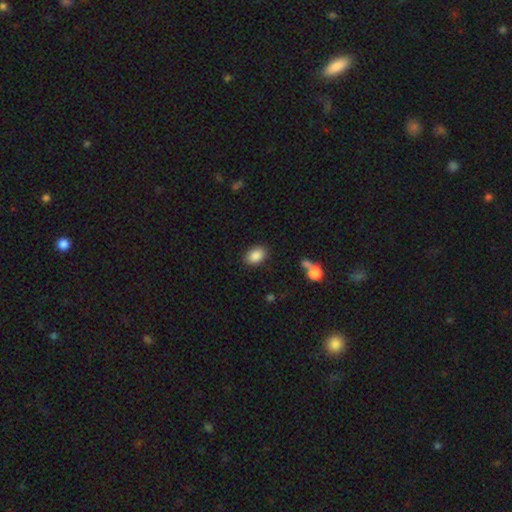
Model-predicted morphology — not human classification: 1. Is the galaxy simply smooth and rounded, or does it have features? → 88% smooth, 8% star or artifact, 4% featured or disk.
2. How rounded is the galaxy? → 83% in between, 16% round, 1% cigar-shaped.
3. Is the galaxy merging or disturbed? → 86% none, 9% minor disturbance, 3% major disturbance, 2% merger.